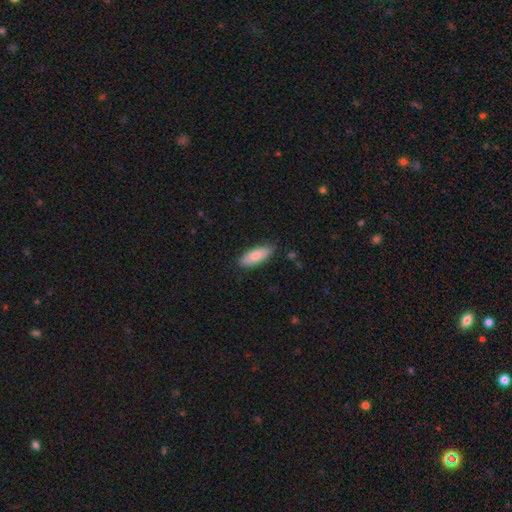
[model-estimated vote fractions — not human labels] A smooth galaxy with no disk features (82%) that is in between round and cigar-shaped (73%). Merging: none (81%).